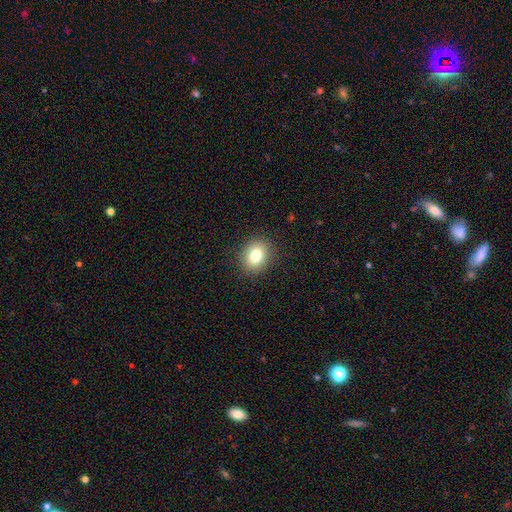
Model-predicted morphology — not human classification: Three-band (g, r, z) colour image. It shows a smooth galaxy with no disk features (80%) that is round (52%). Merging: none (89%).